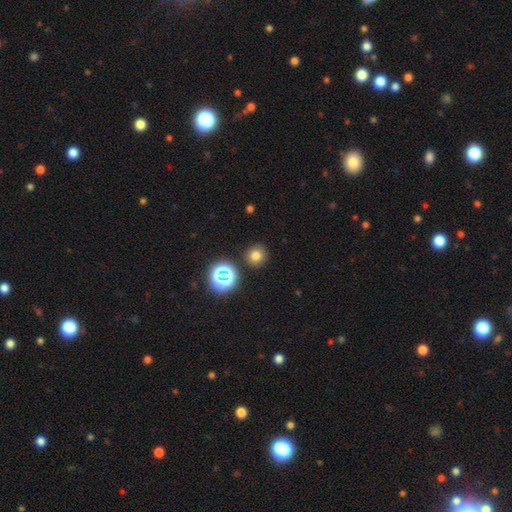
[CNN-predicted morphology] Smooth or featured?
  - smooth: 73% *
  - star or artifact: 20%
  - featured or disk: 7%
How rounded?
  - round: 91% *
  - in between: 8%
  - cigar-shaped: 1%
Merging?
  - none: 88% *
  - minor disturbance: 6%
  - merger: 3%
  - major disturbance: 2%